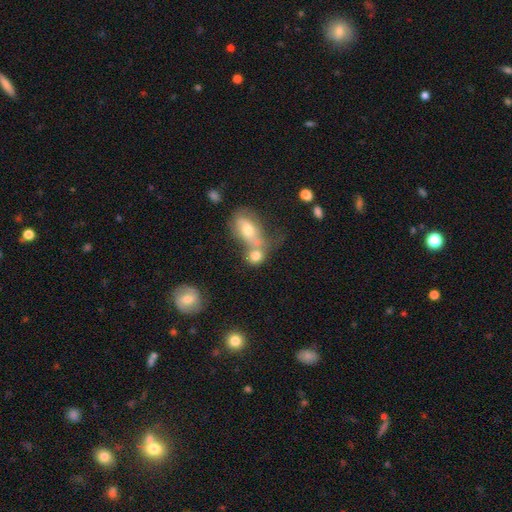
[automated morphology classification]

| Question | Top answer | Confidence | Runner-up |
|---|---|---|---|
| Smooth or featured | smooth | 72% | featured or disk (17%) |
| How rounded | round | 56% | in between (42%) |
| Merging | merger | 53% | none (30%) |